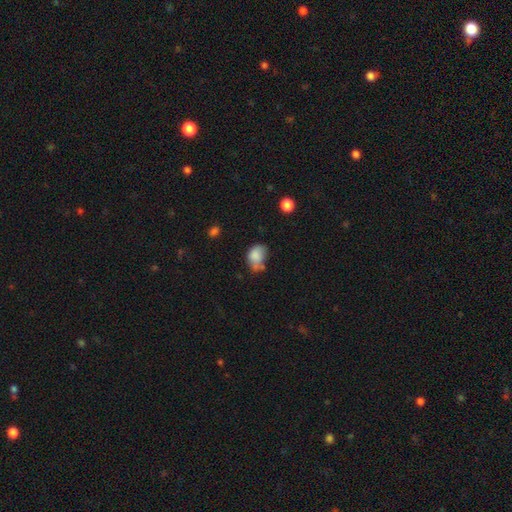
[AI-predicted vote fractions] smooth-or-featured: smooth: 81% | featured or disk: 10% | star or artifact: 10%
  how-rounded: in between: 71% | round: 28% | cigar-shaped: 1%
  merging: none: 37% | minor disturbance: 32% | merger: 19% | major disturbance: 12%